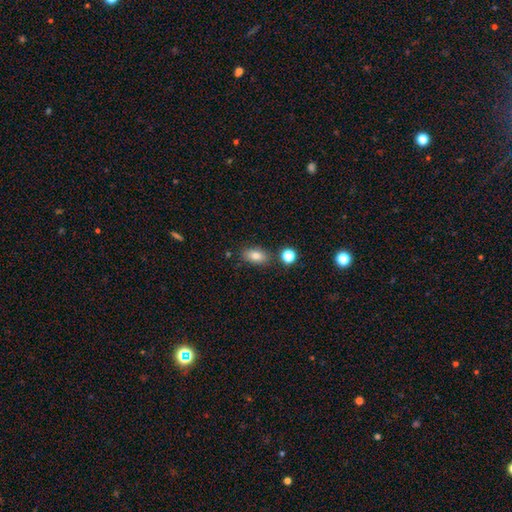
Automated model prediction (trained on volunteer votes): Smooth or featured? Predicted: smooth (p=0.81). How rounded? Predicted: in between (p=0.86). Merging? Predicted: none (p=0.79).